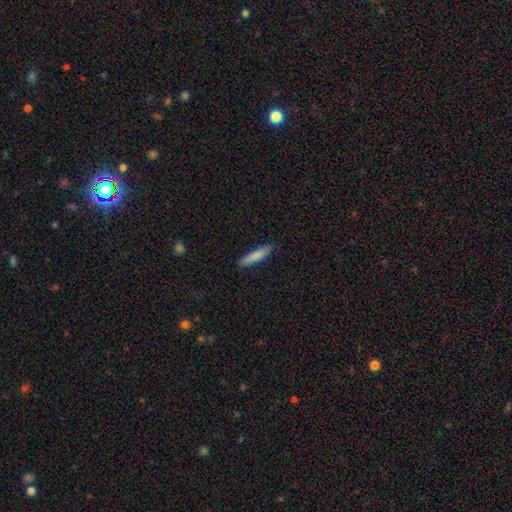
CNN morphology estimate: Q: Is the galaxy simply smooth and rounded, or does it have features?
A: smooth — 82%.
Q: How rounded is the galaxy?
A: cigar-shaped — 82%.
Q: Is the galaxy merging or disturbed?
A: none — 87%.